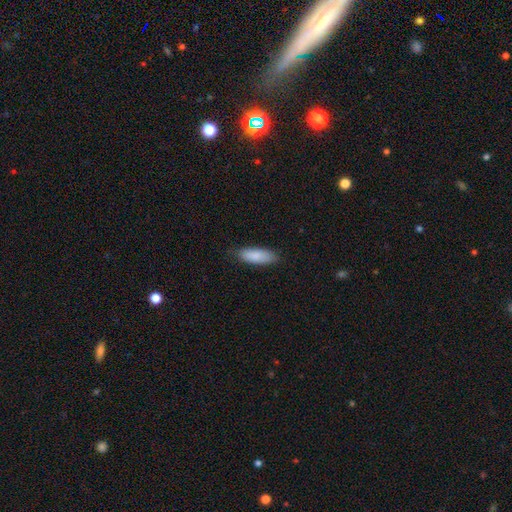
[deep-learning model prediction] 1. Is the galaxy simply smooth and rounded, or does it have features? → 88% smooth, 6% featured or disk, 6% star or artifact.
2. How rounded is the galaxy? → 65% in between, 34% cigar-shaped, 2% round.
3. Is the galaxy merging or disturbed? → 82% none, 15% minor disturbance, 2% major disturbance, 1% merger.